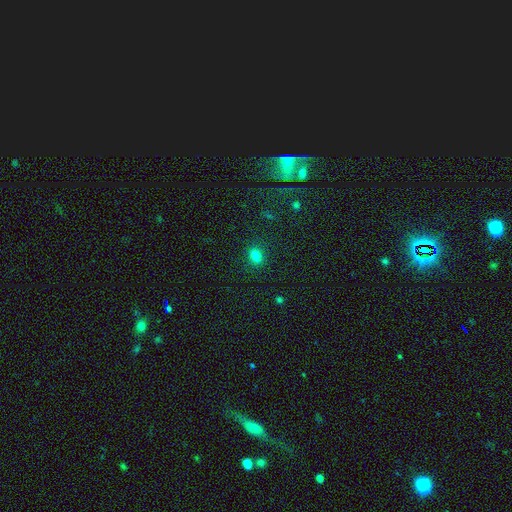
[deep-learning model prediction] Smooth or featured?
  - smooth: 79% *
  - star or artifact: 15%
  - featured or disk: 6%
How rounded?
  - in between: 63% *
  - round: 35%
  - cigar-shaped: 2%
Merging?
  - none: 86% *
  - minor disturbance: 9%
  - major disturbance: 3%
  - merger: 2%